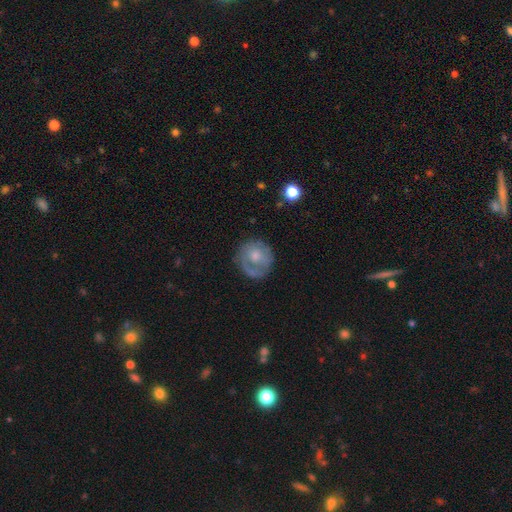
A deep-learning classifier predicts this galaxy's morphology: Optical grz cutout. It shows a smooth galaxy with no disk features (49%). Merging: none (67%).